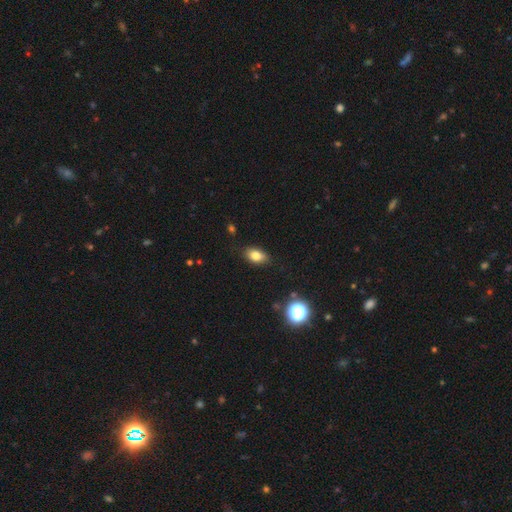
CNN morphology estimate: Smooth or featured? smooth (80%)
How rounded? in between (85%)
Merging? none (82%)